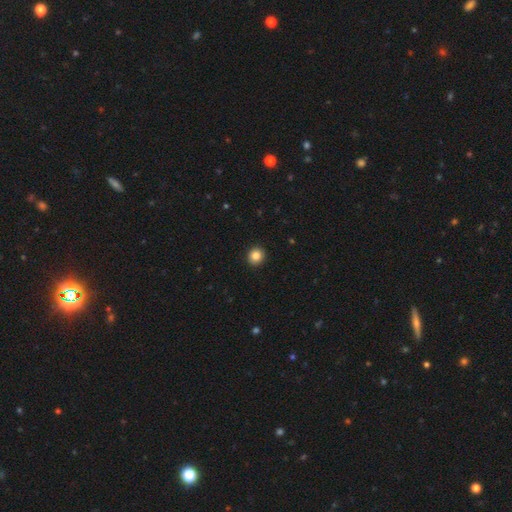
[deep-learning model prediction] Smooth or featured? smooth (86%)
How rounded? round (87%)
Merging? none (93%)